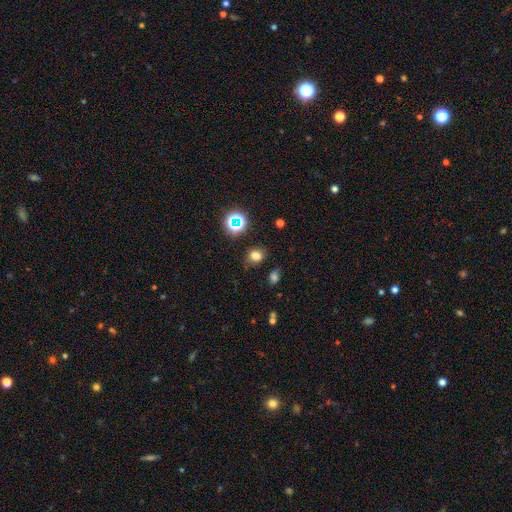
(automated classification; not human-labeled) This appears to be a smooth galaxy with no disk features (74%) that is round (56%). Merging: none (81%).